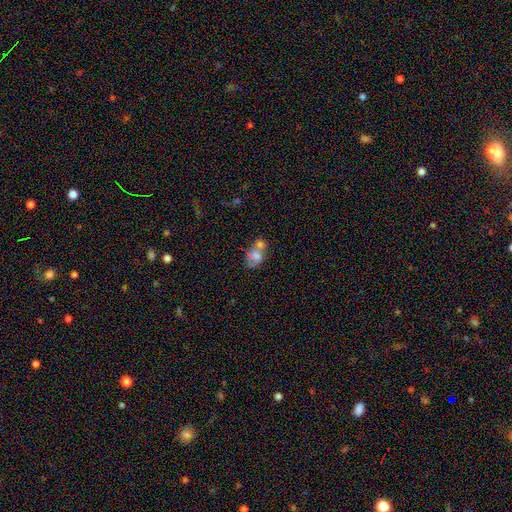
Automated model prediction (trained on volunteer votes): smooth 64%, featured or disk 26%, star or artifact 10%. Down the decision tree: how rounded — in between (72%); merging — merger (58%).